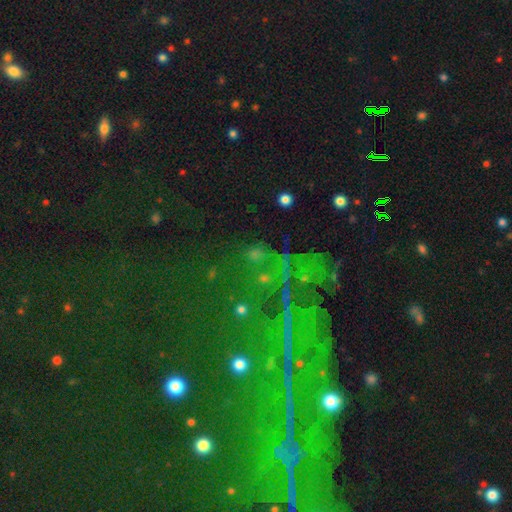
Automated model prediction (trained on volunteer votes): The model was most divided on "smooth or featured": star or artifact: 52%, smooth: 35%, featured or disk: 13%.